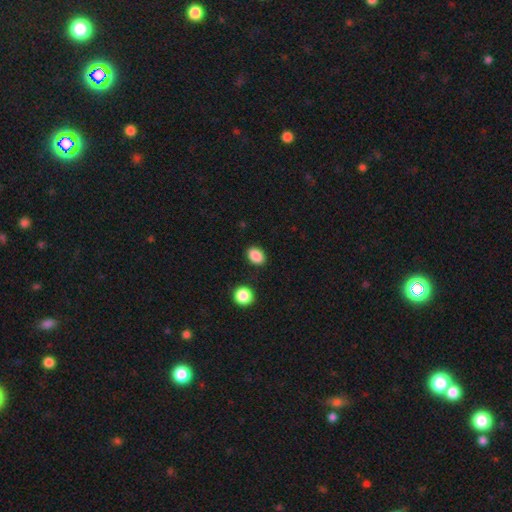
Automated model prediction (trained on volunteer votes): The model was most divided on "how rounded": in between: 75%, round: 24%, cigar-shaped: 1%. More confident: smooth or featured — smooth (88%); merging — none (87%).